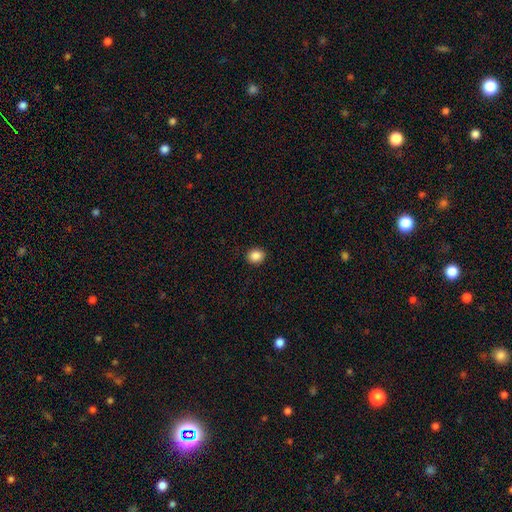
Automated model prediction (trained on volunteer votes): smooth-or-featured: smooth: 87% | star or artifact: 9% | featured or disk: 4%
  how-rounded: round: 69% | in between: 30% | cigar-shaped: 1%
  merging: none: 92% | minor disturbance: 6% | major disturbance: 2% | merger: 1%